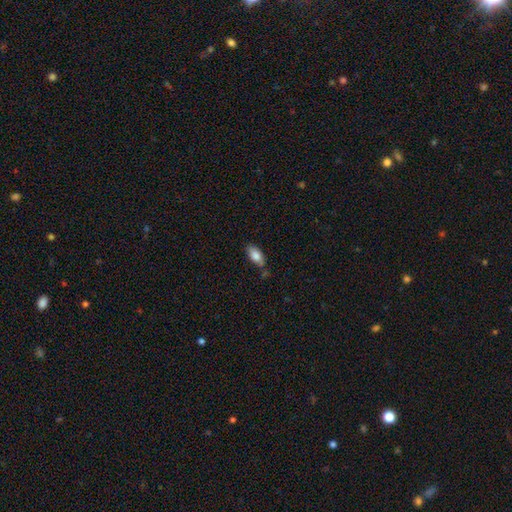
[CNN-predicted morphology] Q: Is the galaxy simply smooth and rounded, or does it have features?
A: smooth — 83%.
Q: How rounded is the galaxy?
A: in between — 89%.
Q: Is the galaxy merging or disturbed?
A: none — 66%.